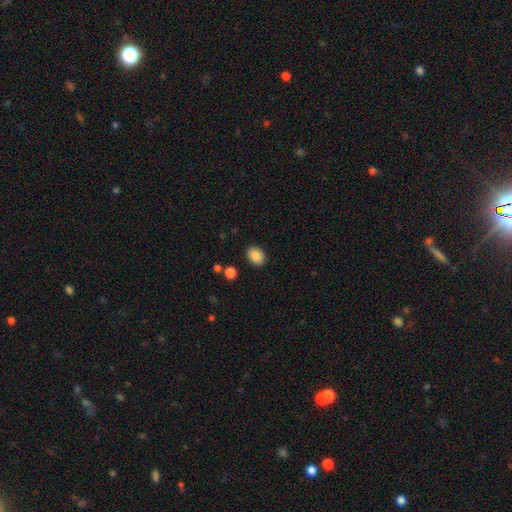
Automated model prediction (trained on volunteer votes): smooth 87%, star or artifact 8%, featured or disk 4%. Down the decision tree: how rounded — in between (64%); merging — none (89%).